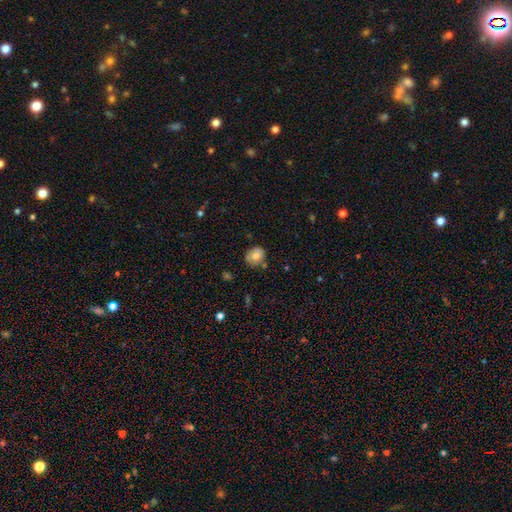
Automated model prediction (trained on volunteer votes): The model was most divided on "smooth or featured": smooth: 70%, featured or disk: 21%, star or artifact: 9%. More confident: how rounded — round (78%); merging — none (73%).